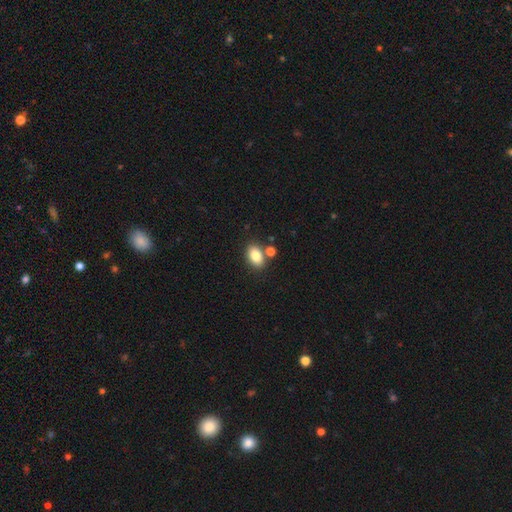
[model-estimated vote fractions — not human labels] smooth-or-featured: smooth: 82% | featured or disk: 9% | star or artifact: 9%
  how-rounded: in between: 86% | round: 12% | cigar-shaped: 2%
  merging: none: 70% | merger: 17% | minor disturbance: 11% | major disturbance: 3%